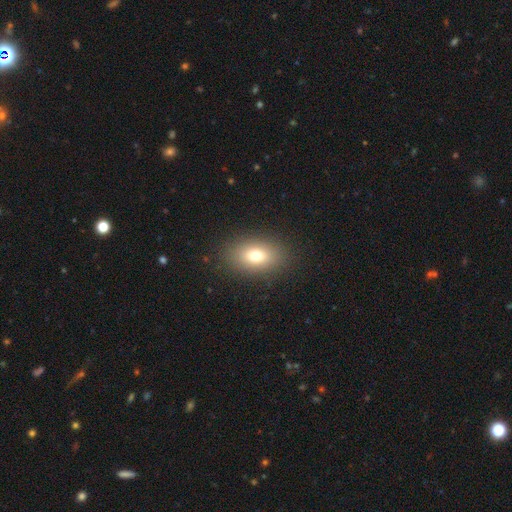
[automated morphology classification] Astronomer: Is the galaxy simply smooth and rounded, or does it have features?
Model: smooth — 75%.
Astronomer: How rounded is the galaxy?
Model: in between — 81%.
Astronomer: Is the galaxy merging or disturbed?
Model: none — 87%.